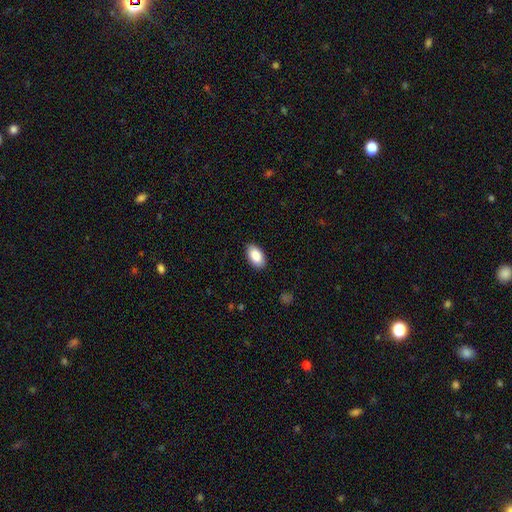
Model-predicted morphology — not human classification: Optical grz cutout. It shows a smooth galaxy with no disk features (89%) that is in between round and cigar-shaped (95%). Merging: none (88%).